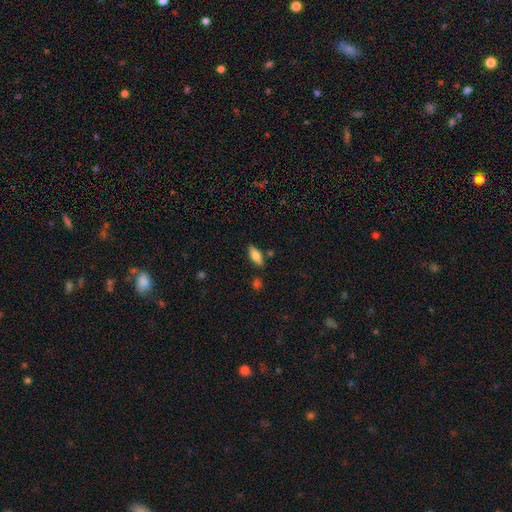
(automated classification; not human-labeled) A smooth galaxy with no disk features (66%) that is in between round and cigar-shaped (68%).

Vote fractions:
- Smooth or featured? smooth: 66% / featured or disk: 27% / star or artifact: 7%
- How rounded? in between: 68% / cigar-shaped: 29% / round: 3%
- Merging? none: 81% / minor disturbance: 12% / merger: 4% / major disturbance: 3%